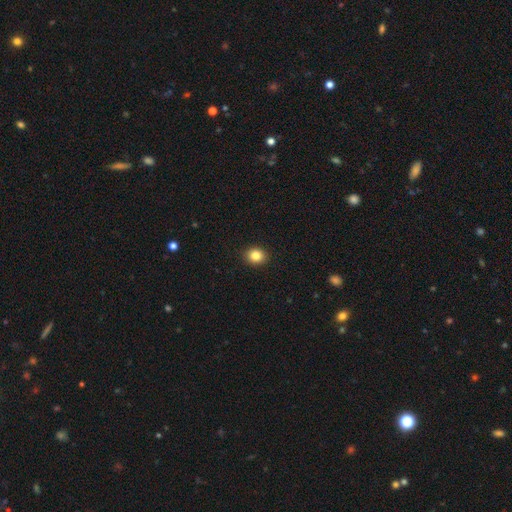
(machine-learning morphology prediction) Smooth or featured? Predicted: smooth (p=0.84). How rounded? Predicted: round (p=0.63). Merging? Predicted: none (p=0.92).